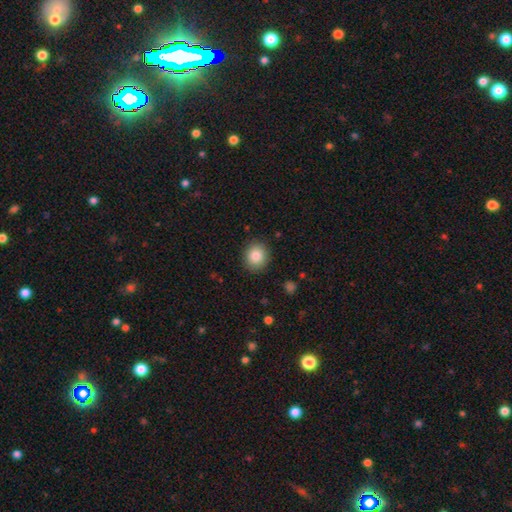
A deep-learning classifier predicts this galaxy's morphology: Overall: smooth (85%). How rounded: round (80%). Merging: none (89%).